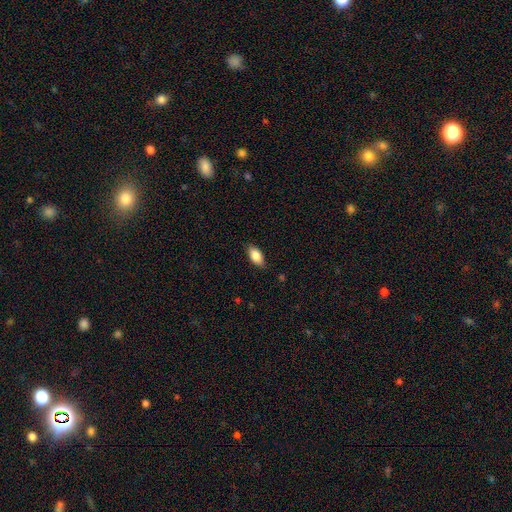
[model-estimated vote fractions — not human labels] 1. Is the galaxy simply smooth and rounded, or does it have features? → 85% smooth, 8% featured or disk, 7% star or artifact.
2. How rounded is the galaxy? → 90% in between, 7% cigar-shaped, 4% round.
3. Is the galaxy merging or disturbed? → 82% none, 14% minor disturbance, 3% major disturbance, 1% merger.